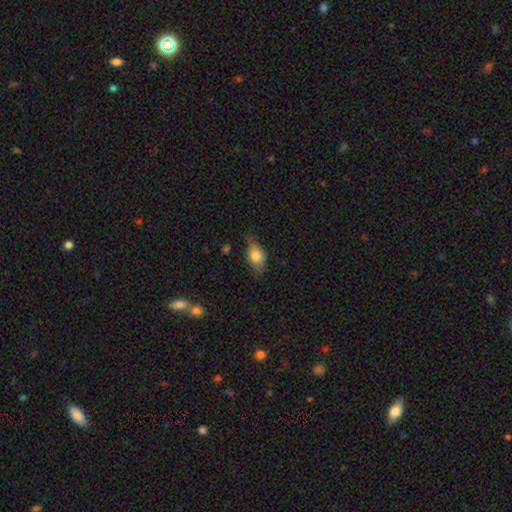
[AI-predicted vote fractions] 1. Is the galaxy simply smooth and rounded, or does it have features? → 76% smooth, 16% featured or disk, 8% star or artifact.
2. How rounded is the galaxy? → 78% in between, 18% round, 4% cigar-shaped.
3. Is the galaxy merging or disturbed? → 58% none, 31% minor disturbance, 8% major disturbance, 2% merger.